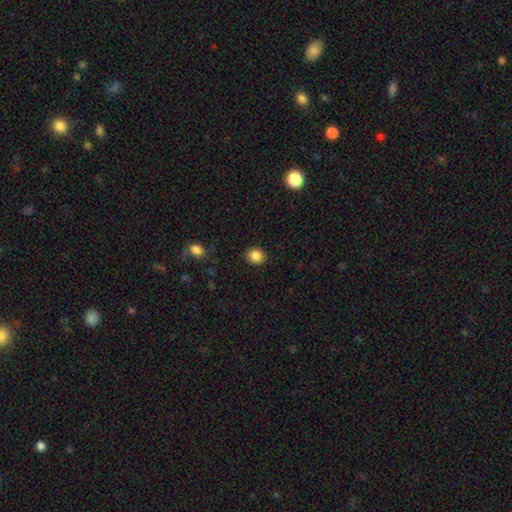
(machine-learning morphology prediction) This appears to be a smooth galaxy with no disk features (86%) that is round (77%). Merging: none (89%).